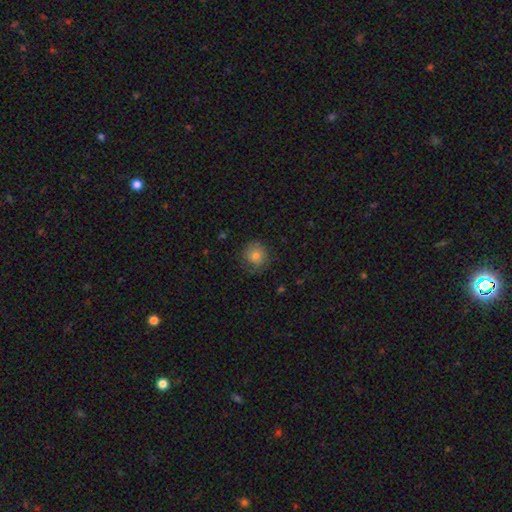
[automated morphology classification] This appears to be a smooth galaxy with no disk features (76%) that is round (87%). Merging: none (72%).